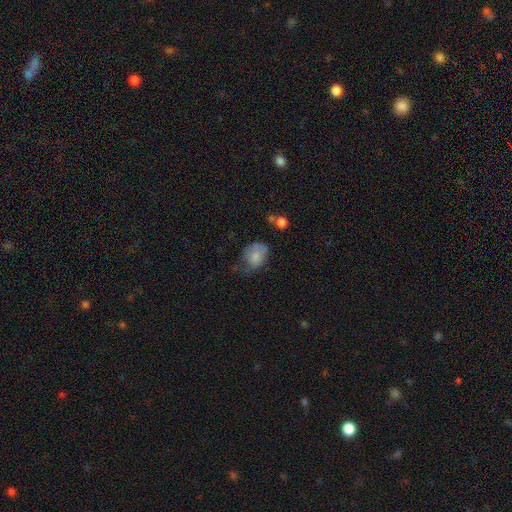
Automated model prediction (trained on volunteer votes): Overall: smooth (75%). How rounded: in between (63%; round 36%). Merging: none (37%; minor disturbance 36%).